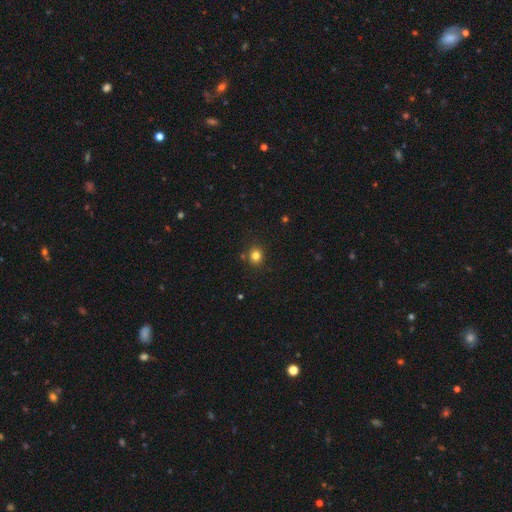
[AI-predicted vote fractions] The model was most divided on "how rounded": round: 80%, in between: 19%, cigar-shaped: 1%. More confident: merging — none (85%); smooth or featured — smooth (81%).